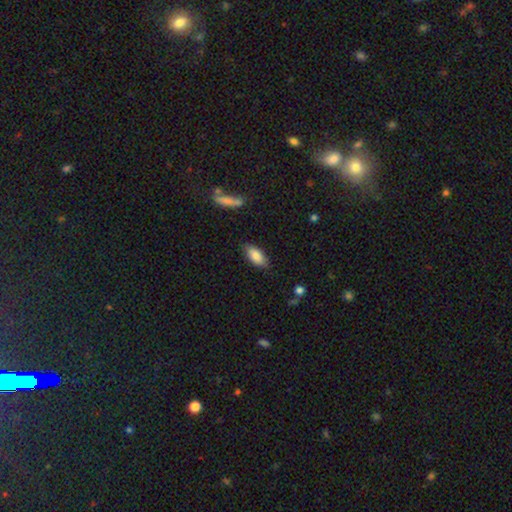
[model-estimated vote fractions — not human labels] Overall: smooth (84%). How rounded: in between (87%). Merging: none (81%).